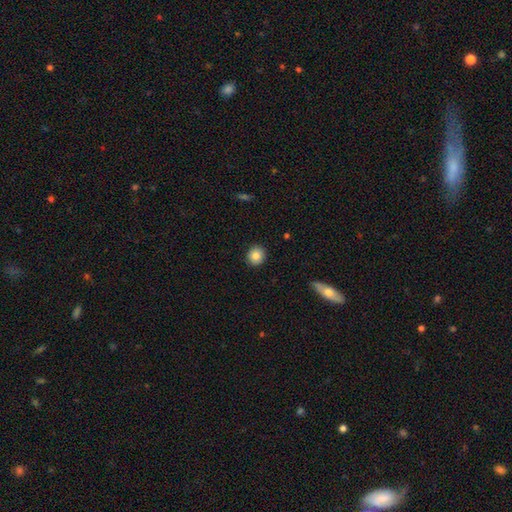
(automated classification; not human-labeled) smooth 85%, star or artifact 9%, featured or disk 7%. Down the decision tree: how rounded — round (86%); merging — none (91%).